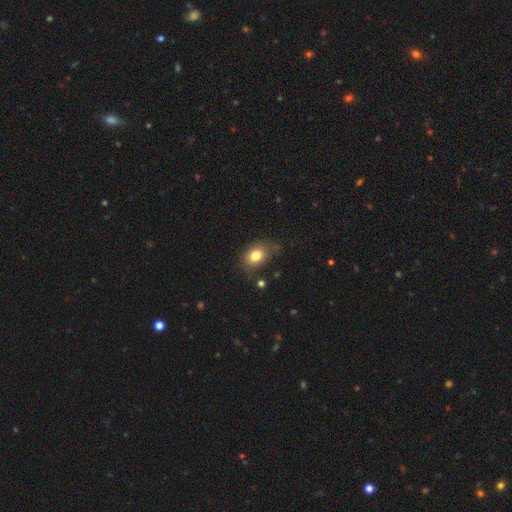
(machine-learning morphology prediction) Smooth or featured? smooth (79%)
How rounded? in between (60%)
Merging? none (62%)